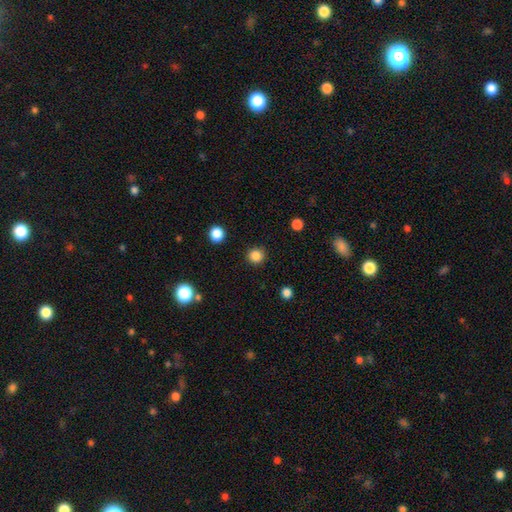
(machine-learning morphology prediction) This appears to be a smooth galaxy with no disk features (85%) that is round (93%). Merging: none (91%).